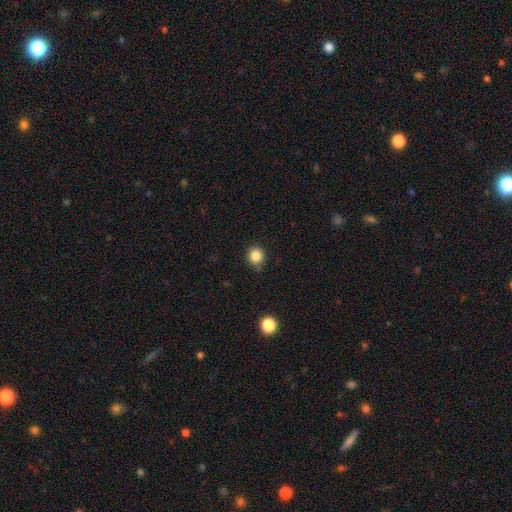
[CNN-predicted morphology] A smooth galaxy with no disk features (84%) that is round (90%).

Vote fractions:
- Smooth or featured? smooth: 84% / star or artifact: 12% / featured or disk: 4%
- How rounded? round: 90% / in between: 9% / cigar-shaped: 1%
- Merging? none: 81% / minor disturbance: 13% / major disturbance: 3% / merger: 2%